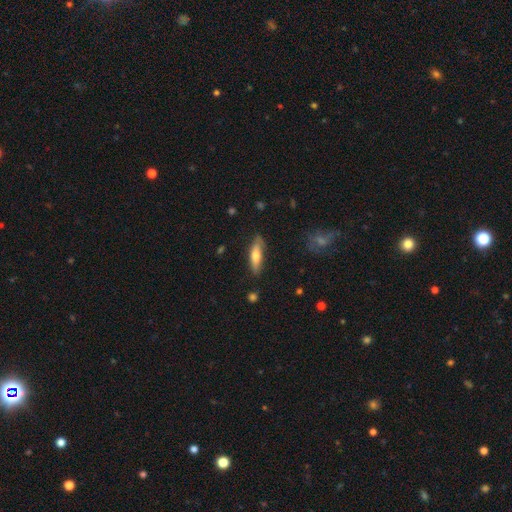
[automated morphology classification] A smooth galaxy with no disk features (66%) that is cigar-shaped (62%). Merging: none (81%).